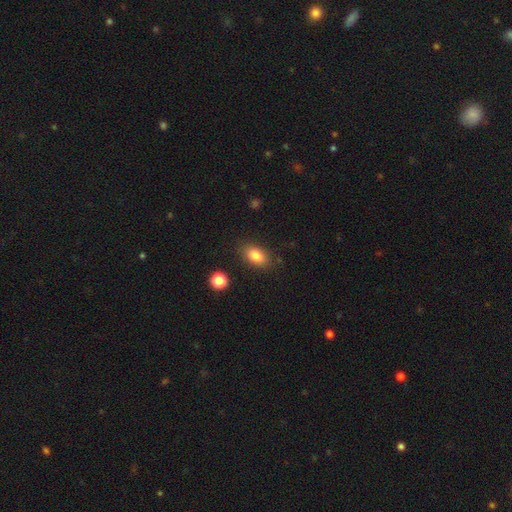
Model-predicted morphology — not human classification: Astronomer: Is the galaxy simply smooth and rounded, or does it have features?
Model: smooth — 83%.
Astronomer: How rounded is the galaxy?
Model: in between — 87%.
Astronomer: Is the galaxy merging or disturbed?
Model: none — 83%.